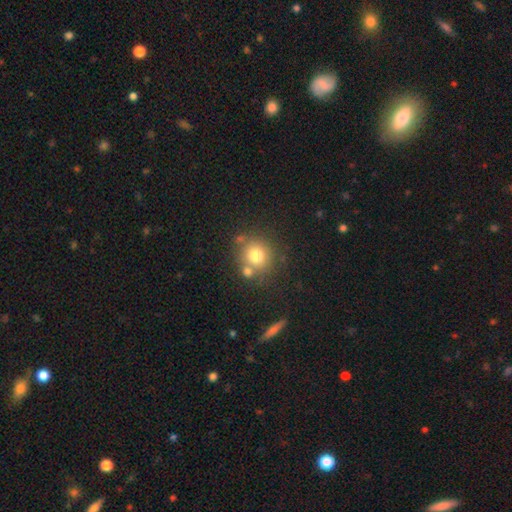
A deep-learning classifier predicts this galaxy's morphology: This is likely a smooth galaxy (75%). How rounded: clearly round (88%). Merging: likely none (65%).